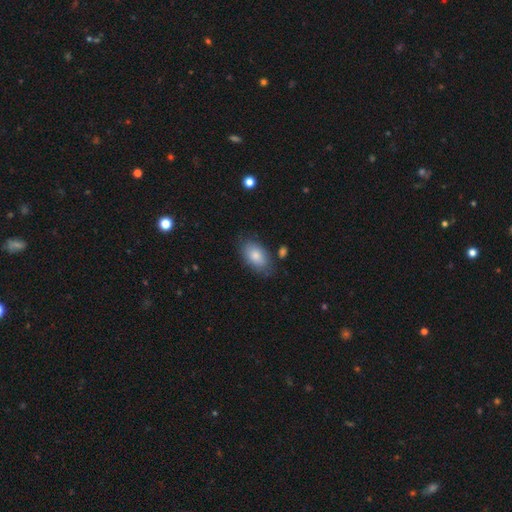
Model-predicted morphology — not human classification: A smooth galaxy with no disk features (82%) that is in between round and cigar-shaped (92%).

Vote fractions:
- Smooth or featured? smooth: 82% / featured or disk: 12% / star or artifact: 6%
- How rounded? in between: 92% / round: 6% / cigar-shaped: 2%
- Merging? none: 75% / minor disturbance: 18% / major disturbance: 5% / merger: 3%